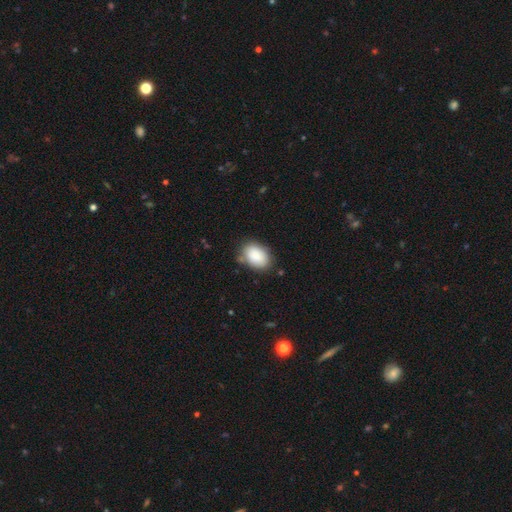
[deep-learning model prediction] smooth-or-featured: smooth: 88% | star or artifact: 7% | featured or disk: 5%
  how-rounded: in between: 85% | round: 14% | cigar-shaped: 1%
  merging: none: 78% | minor disturbance: 15% | major disturbance: 4% | merger: 3%